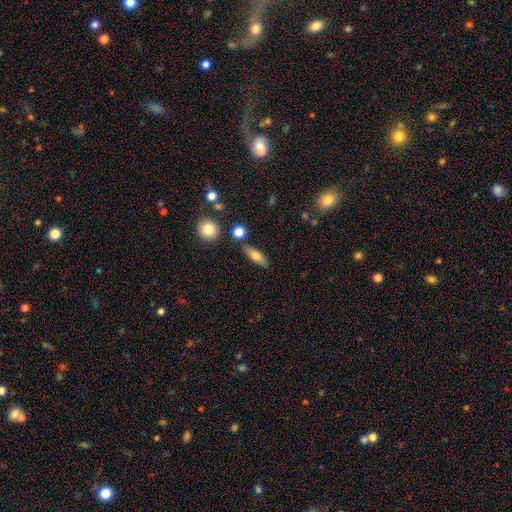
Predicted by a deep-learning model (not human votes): Smooth or featured?
  - smooth: 72% *
  - featured or disk: 20%
  - star or artifact: 8%
How rounded?
  - in between: 61% *
  - cigar-shaped: 33%
  - round: 5%
Merging?
  - none: 81% *
  - minor disturbance: 11%
  - merger: 5%
  - major disturbance: 3%